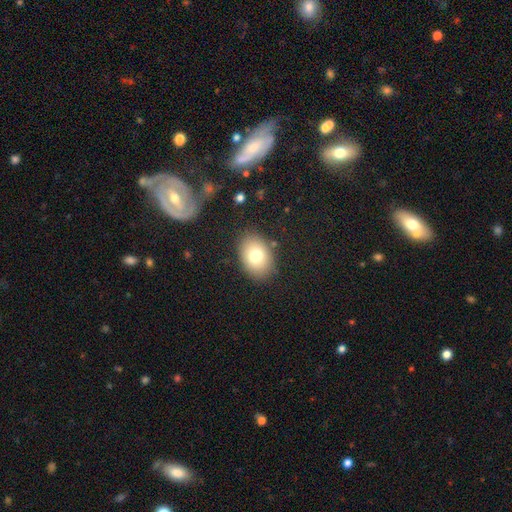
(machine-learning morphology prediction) This is likely a smooth galaxy (75%). How rounded: likely in between (71%). Merging: clearly none (84%).